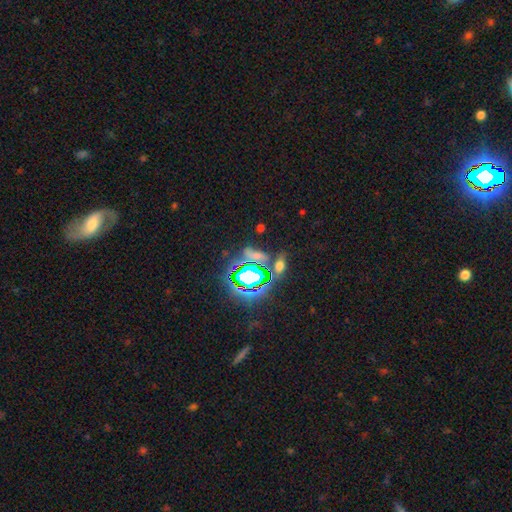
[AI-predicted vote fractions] star or artifact 57%, smooth 31%, featured or disk 13%.